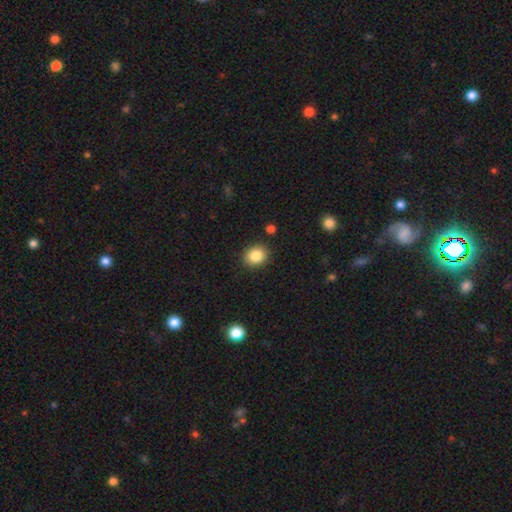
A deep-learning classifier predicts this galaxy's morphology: Q: Smooth or featured?
A: smooth (85%); runner-up: star or artifact (9%)
Q: How rounded?
A: round (65%); runner-up: in between (34%)
Q: Merging?
A: none (89%); runner-up: minor disturbance (7%)